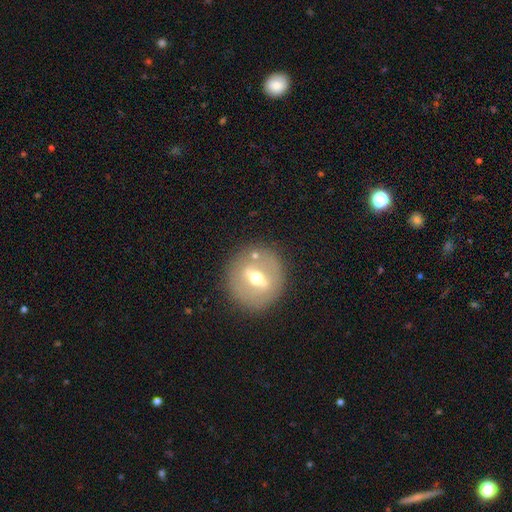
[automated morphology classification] smooth-or-featured: featured or disk: 59% | smooth: 33% | star or artifact: 8%
  disk-edge-on: no: 74% | yes: 26%
  merging: none: 82% | minor disturbance: 10% | merger: 4% | major disturbance: 4%